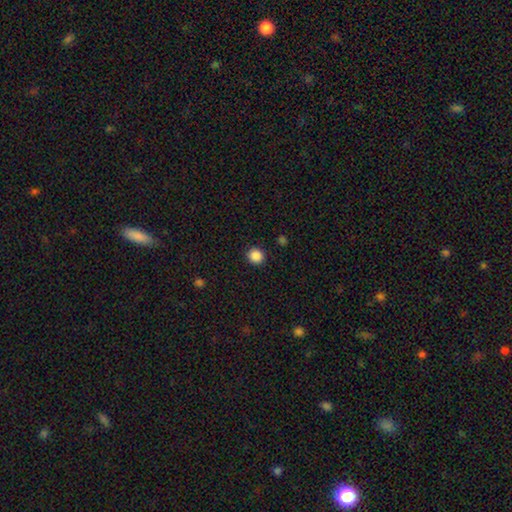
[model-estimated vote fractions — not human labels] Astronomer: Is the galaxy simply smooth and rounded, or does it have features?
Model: smooth — 87%.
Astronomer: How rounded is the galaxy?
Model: round — 90%.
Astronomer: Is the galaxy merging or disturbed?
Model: none — 91%.